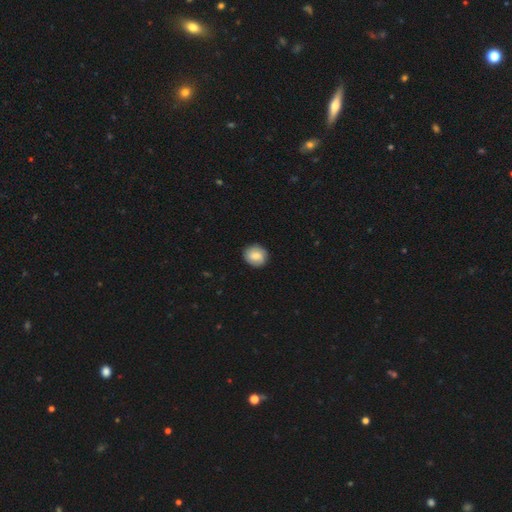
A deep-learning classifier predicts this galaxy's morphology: type=smooth (76%); roundness=round (82%); merging=none (88%).